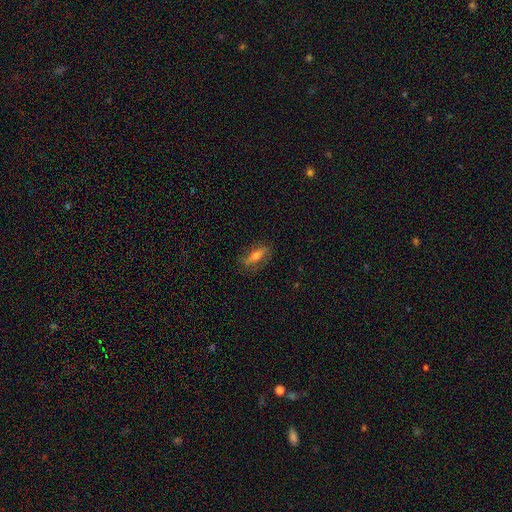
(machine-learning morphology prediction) Q: Smooth or featured?
A: smooth (48%); runner-up: featured or disk (41%)
Q: Merging?
A: none (77%); runner-up: minor disturbance (16%)